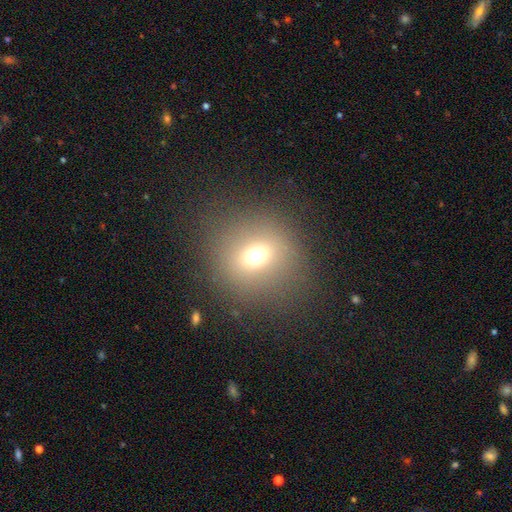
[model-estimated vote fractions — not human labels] smooth_or_featured: smooth (p=0.66) [alt: star or artifact p=0.20]
how_rounded: round (p=0.82) [alt: in between p=0.17]
merging: none (p=0.84) [alt: minor disturbance p=0.09]